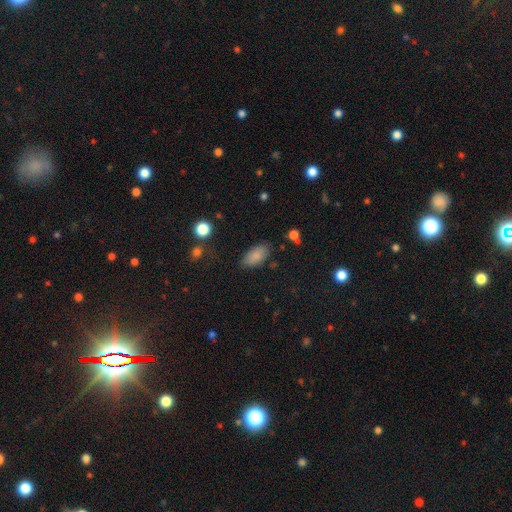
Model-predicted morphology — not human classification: A smooth galaxy with no disk features (85%) that is in between round and cigar-shaped (92%).

Vote fractions:
- Smooth or featured? smooth: 85% / star or artifact: 8% / featured or disk: 7%
- How rounded? in between: 92% / cigar-shaped: 5% / round: 4%
- Merging? none: 79% / minor disturbance: 15% / major disturbance: 4% / merger: 2%